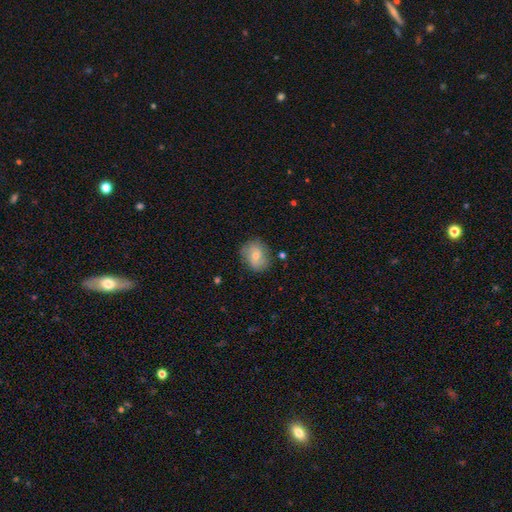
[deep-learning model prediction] This is possibly a smooth galaxy (56%). How rounded: likely round (64%). Merging: likely none (77%).